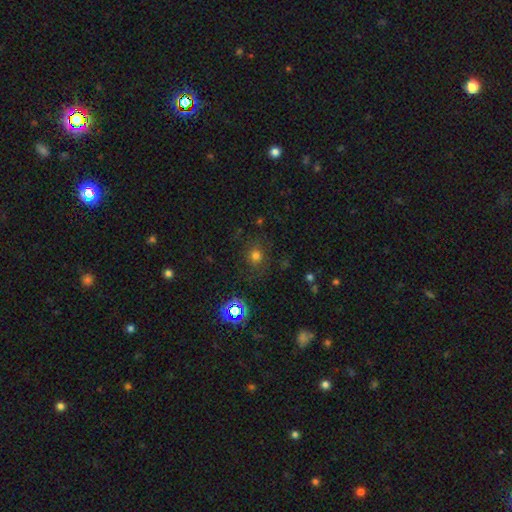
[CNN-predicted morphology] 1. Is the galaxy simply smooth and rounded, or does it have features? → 64% smooth, 25% star or artifact, 10% featured or disk.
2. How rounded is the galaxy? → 84% round, 15% in between, 1% cigar-shaped.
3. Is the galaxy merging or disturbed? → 78% none, 13% minor disturbance, 7% major disturbance, 2% merger.